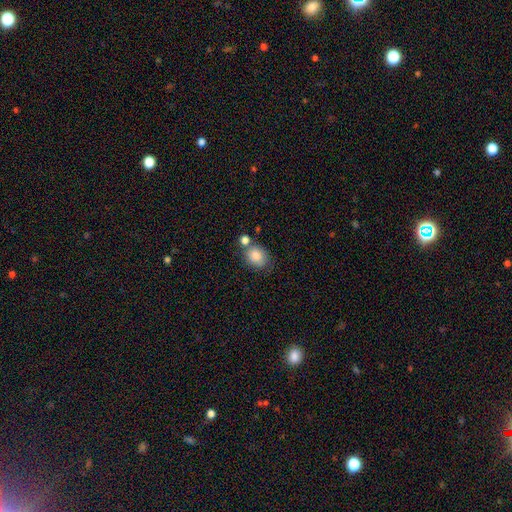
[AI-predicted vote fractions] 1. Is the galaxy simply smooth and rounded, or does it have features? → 85% smooth, 9% star or artifact, 6% featured or disk.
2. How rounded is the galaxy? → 51% round, 48% in between, 1% cigar-shaped.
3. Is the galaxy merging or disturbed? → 59% none, 21% merger, 16% minor disturbance, 5% major disturbance.